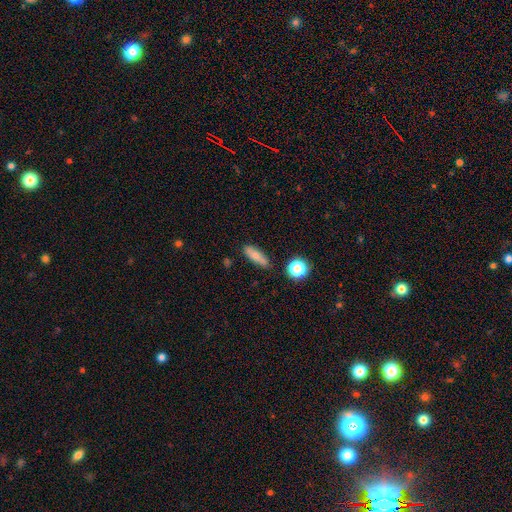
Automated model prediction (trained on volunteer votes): Smooth or featured? smooth (73%)
How rounded? in between (53%)
Merging? none (78%)